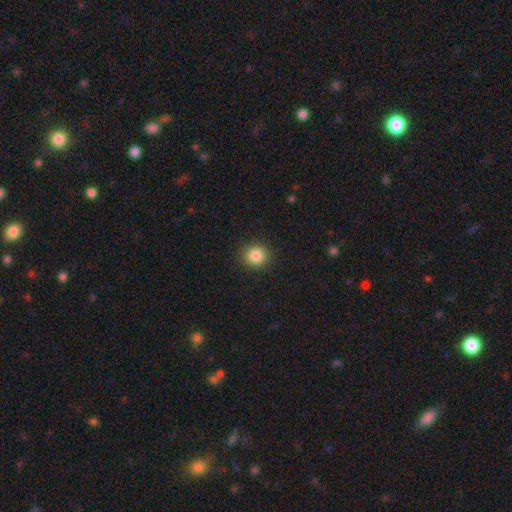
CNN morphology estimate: Smooth or featured: smooth — 85% (star or artifact — 10%)
How rounded: round — 90% (in between — 9%)
Merging: none — 91% (minor disturbance — 6%)